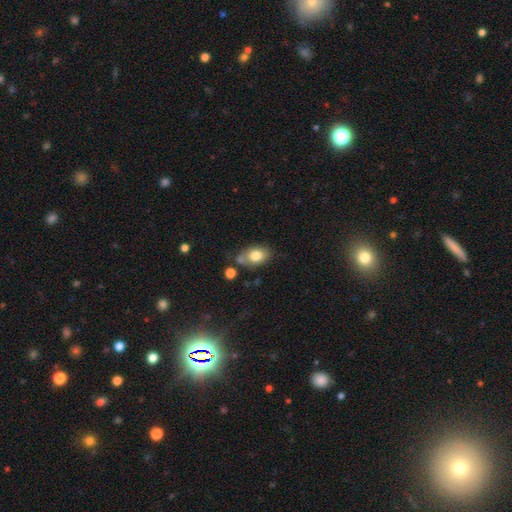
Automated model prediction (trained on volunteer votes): Smooth or featured? smooth (79%)
How rounded? in between (79%)
Merging? none (62%)